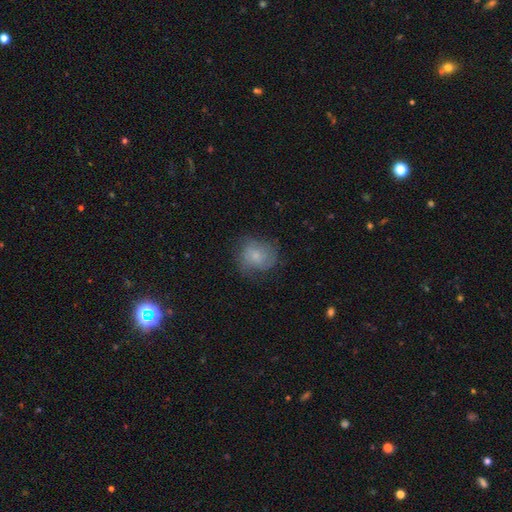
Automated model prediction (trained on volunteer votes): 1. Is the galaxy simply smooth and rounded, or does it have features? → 59% smooth, 32% featured or disk, 9% star or artifact.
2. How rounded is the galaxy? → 74% round, 25% in between, 1% cigar-shaped.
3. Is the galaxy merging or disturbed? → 62% none, 25% minor disturbance, 12% major disturbance, 1% merger.